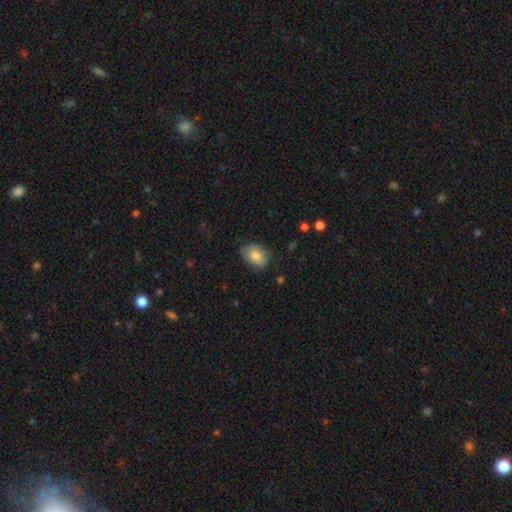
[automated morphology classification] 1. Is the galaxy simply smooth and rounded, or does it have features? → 83% smooth, 10% featured or disk, 7% star or artifact.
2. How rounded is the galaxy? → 75% in between, 24% round, 1% cigar-shaped.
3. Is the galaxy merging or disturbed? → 77% none, 18% minor disturbance, 4% major disturbance, 1% merger.